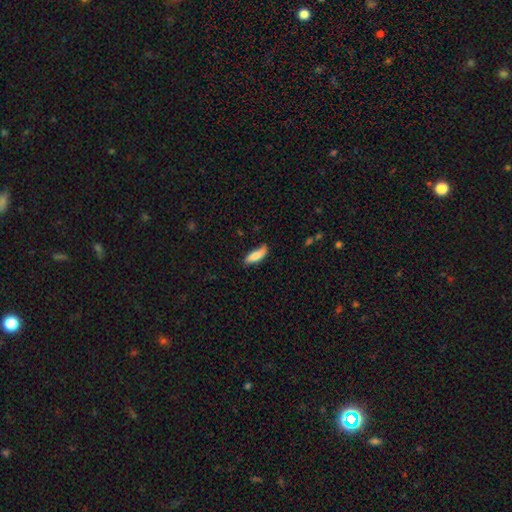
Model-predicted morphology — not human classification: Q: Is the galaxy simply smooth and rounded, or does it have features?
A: smooth — 77%.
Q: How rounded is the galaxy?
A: in between — 55%.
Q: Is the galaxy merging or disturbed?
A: none — 66%.